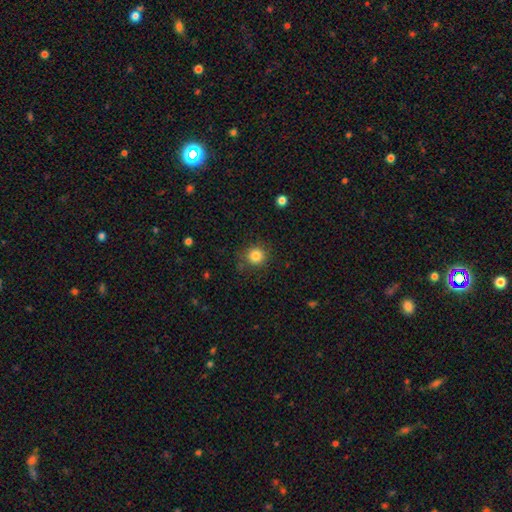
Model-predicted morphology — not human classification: Smooth or featured: smooth — 84% (star or artifact — 11%)
How rounded: round — 92% (in between — 7%)
Merging: none — 84% (minor disturbance — 11%)